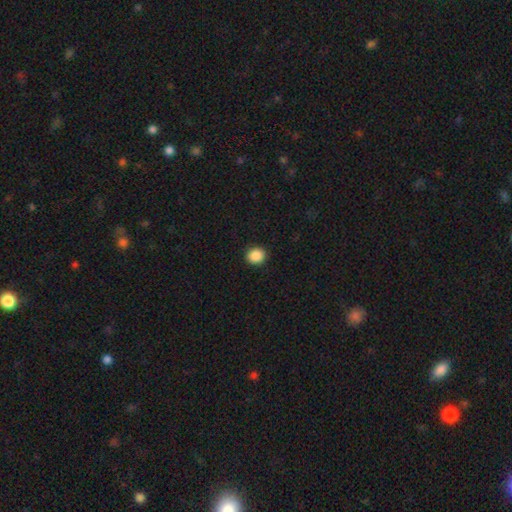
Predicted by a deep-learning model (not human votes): A smooth galaxy with no disk features (89%) that is round (80%).

Vote fractions:
- Smooth or featured? smooth: 89% / star or artifact: 9% / featured or disk: 3%
- How rounded? round: 80% / in between: 19% / cigar-shaped: 1%
- Merging? none: 92% / minor disturbance: 6% / major disturbance: 2% / merger: 1%